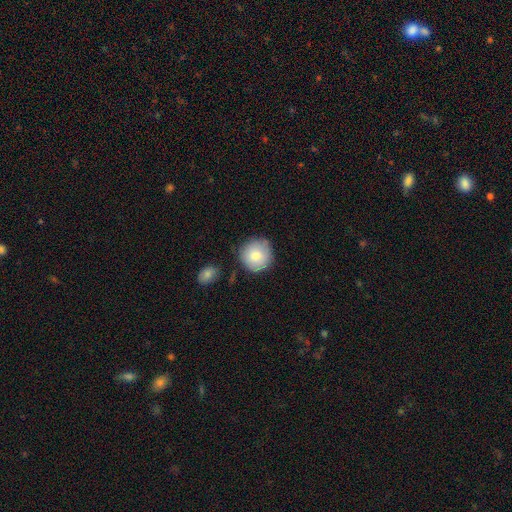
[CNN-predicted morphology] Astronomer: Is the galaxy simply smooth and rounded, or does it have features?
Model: smooth — 81%.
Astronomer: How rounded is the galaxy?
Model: round — 94%.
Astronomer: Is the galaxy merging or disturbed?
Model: none — 77%.